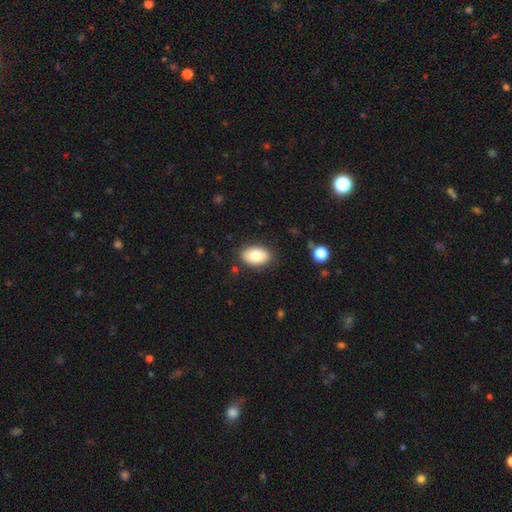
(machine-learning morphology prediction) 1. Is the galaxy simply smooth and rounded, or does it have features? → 81% smooth, 12% featured or disk, 7% star or artifact.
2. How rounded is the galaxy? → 90% in between, 9% round, 1% cigar-shaped.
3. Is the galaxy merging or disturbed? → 87% none, 10% minor disturbance, 2% major disturbance, 1% merger.